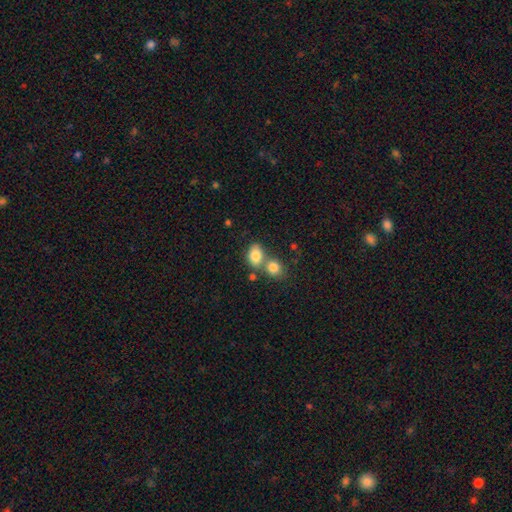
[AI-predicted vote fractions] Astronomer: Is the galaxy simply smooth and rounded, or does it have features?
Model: smooth — 83%.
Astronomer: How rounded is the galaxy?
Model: in between — 71%.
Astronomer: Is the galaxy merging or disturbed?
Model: merger — 45% (runner-up: none, 42%).